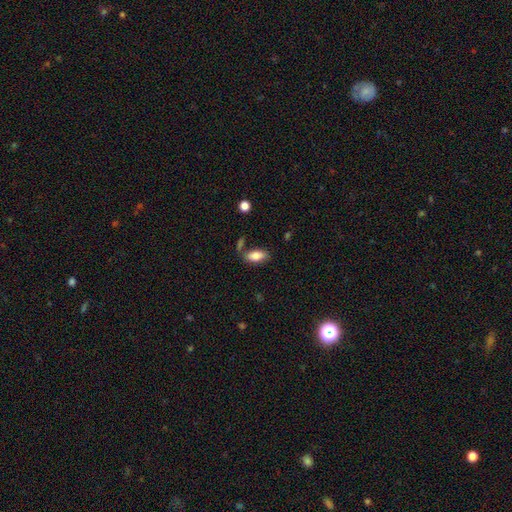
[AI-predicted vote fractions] Overall: smooth (82%). How rounded: in between (88%). Merging: none (69%).